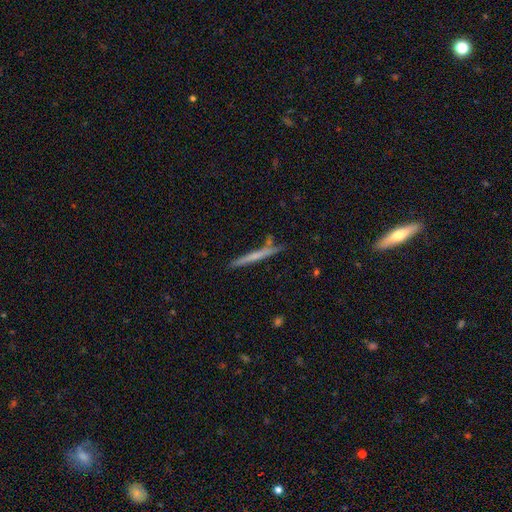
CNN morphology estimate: smooth-or-featured: featured or disk: 48% | smooth: 46% | star or artifact: 6%
  merging: none: 83% | minor disturbance: 11% | merger: 4% | major disturbance: 2%